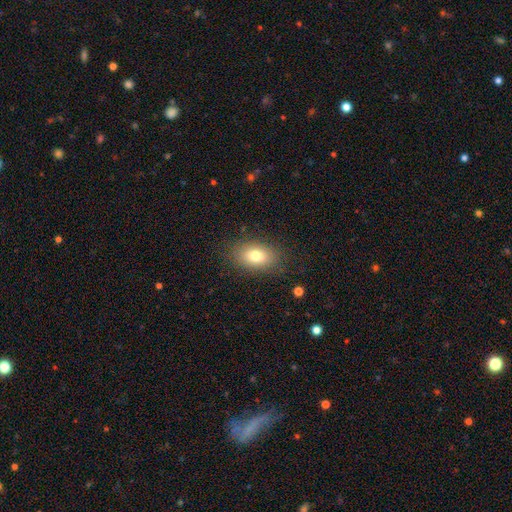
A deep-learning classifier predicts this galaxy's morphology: Smooth or featured? Predicted: smooth (p=0.78). How rounded? Predicted: in between (p=0.85). Merging? Predicted: none (p=0.84).